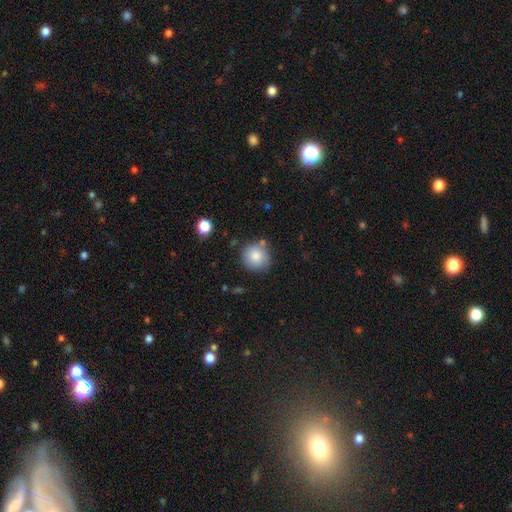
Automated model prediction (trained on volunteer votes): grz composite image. It shows a smooth galaxy with no disk features (83%) that is round (90%). Merging: none (75%).